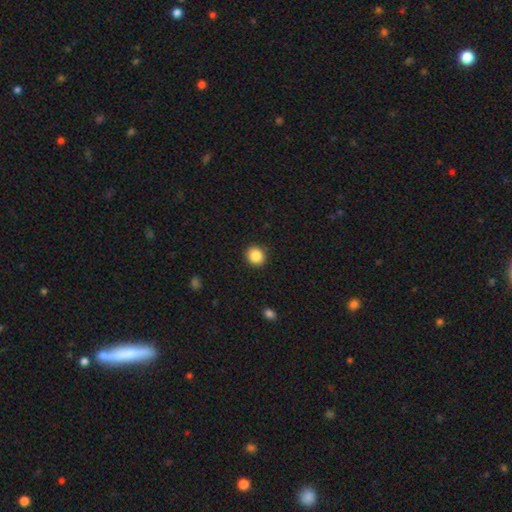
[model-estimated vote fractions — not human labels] A smooth galaxy with no disk features (87%) that is round (85%). Merging: none (91%).